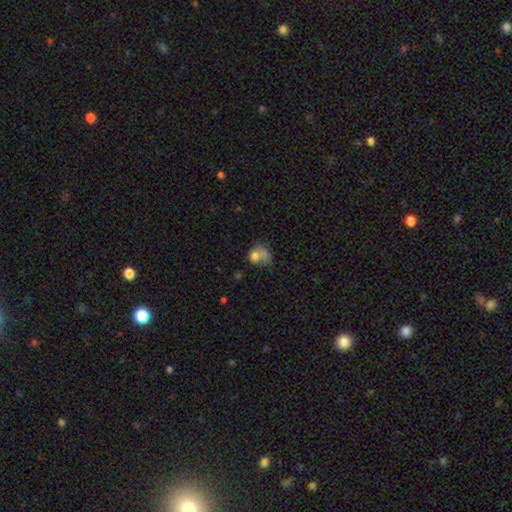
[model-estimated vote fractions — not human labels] Smooth or featured? Predicted: smooth (p=0.68). How rounded? Predicted: round (p=0.55). Merging? Predicted: none (p=0.27).